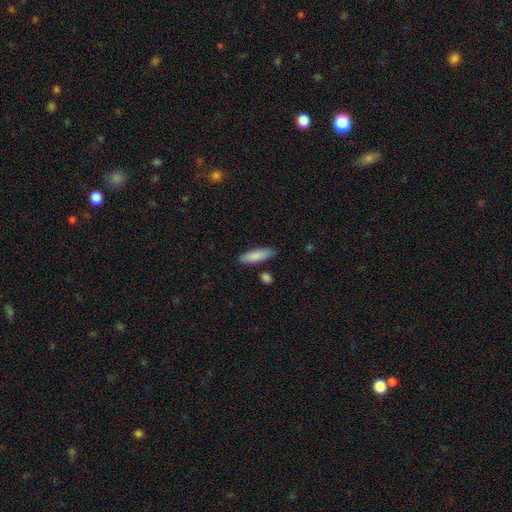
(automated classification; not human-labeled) Smooth or featured? smooth (85%)
How rounded? cigar-shaped (53%)
Merging? none (83%)